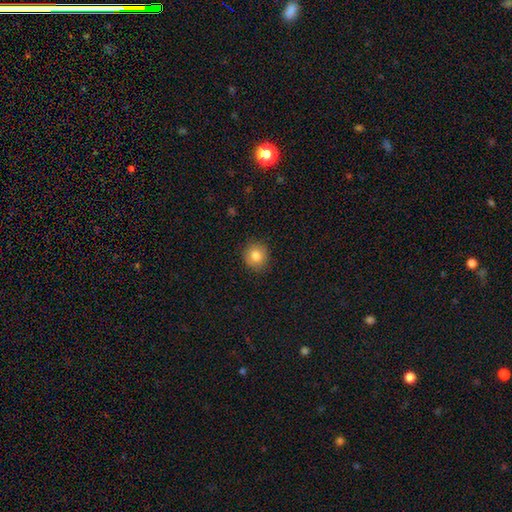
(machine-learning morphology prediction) Overall: smooth (83%). How rounded: round (87%). Merging: none (89%).